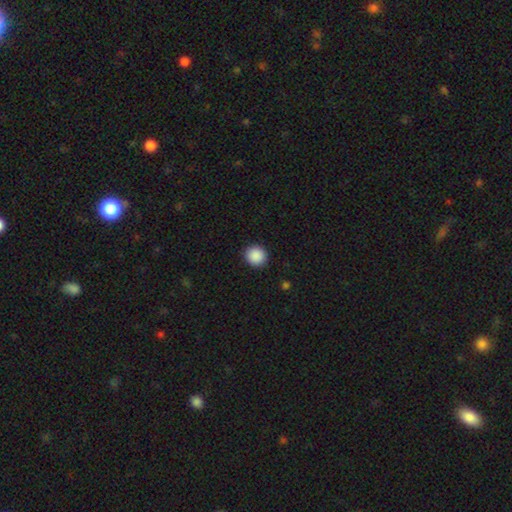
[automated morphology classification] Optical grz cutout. It shows a smooth galaxy with no disk features (89%) that is round (91%). Merging: none (92%).